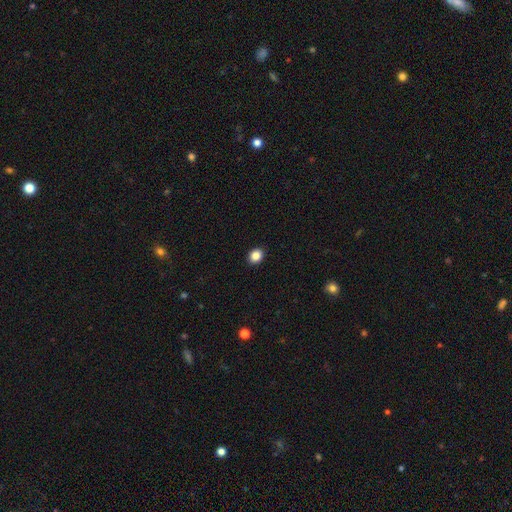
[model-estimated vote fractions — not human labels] The model was most divided on "how rounded": round: 52%, in between: 47%, cigar-shaped: 1%. More confident: merging — none (92%); smooth or featured — smooth (87%).